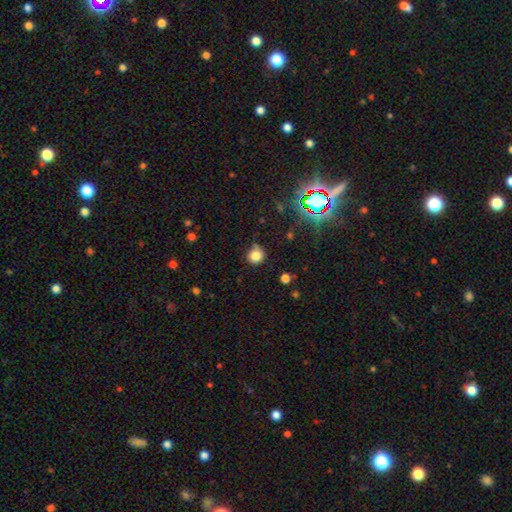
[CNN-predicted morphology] A smooth galaxy with no disk features (79%) that is round (87%).

Vote fractions:
- Smooth or featured? smooth: 79% / star or artifact: 15% / featured or disk: 6%
- How rounded? round: 87% / in between: 12% / cigar-shaped: 1%
- Merging? none: 69% / minor disturbance: 21% / major disturbance: 5% / merger: 4%